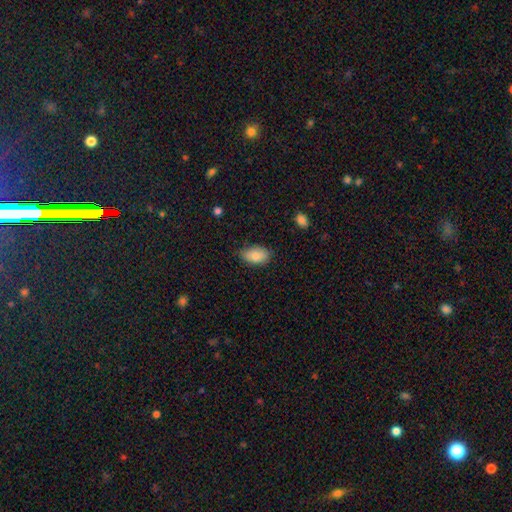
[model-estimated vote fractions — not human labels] smooth 84%, featured or disk 9%, star or artifact 7%. Down the decision tree: how rounded — in between (91%); merging — none (74%).